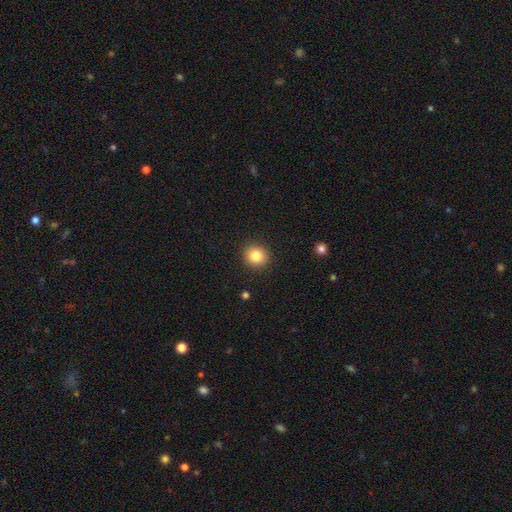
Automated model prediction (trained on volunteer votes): smooth 82%, star or artifact 11%, featured or disk 7%. Down the decision tree: how rounded — round (89%); merging — none (91%).